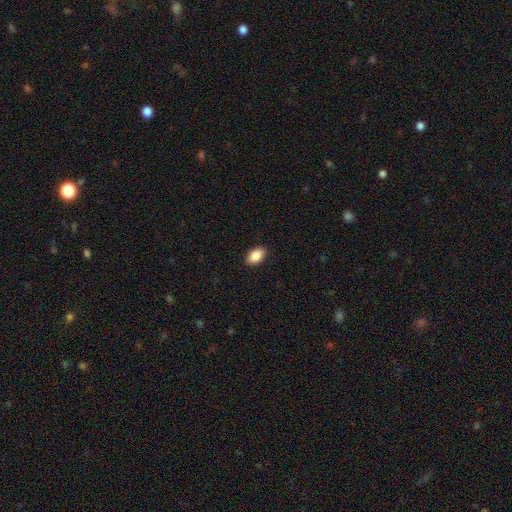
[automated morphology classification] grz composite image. It shows a smooth galaxy with no disk features (89%) that is in between round and cigar-shaped (93%). Merging: none (90%).